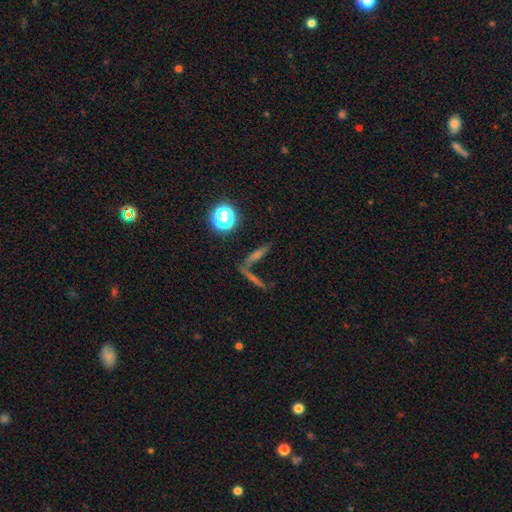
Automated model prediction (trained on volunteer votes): This is marginally a smooth galaxy (41%). Merging: possibly none (56%).